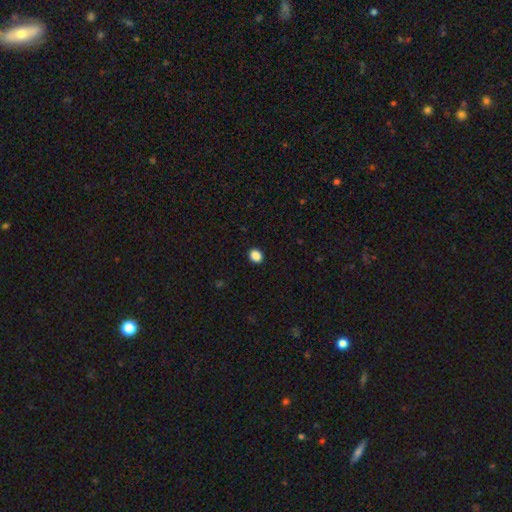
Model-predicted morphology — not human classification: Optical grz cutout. It shows a smooth galaxy with no disk features (87%) that is round (63%). Merging: none (92%).